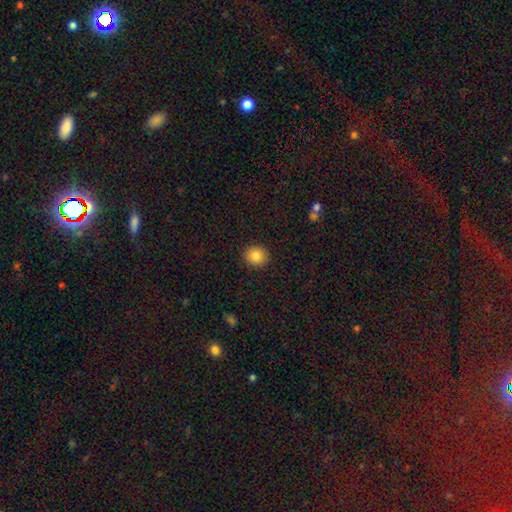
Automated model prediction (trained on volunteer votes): smooth-or-featured: smooth: 85% | star or artifact: 9% | featured or disk: 6%
  how-rounded: round: 76% | in between: 23% | cigar-shaped: 1%
  merging: none: 91% | minor disturbance: 6% | major disturbance: 2% | merger: 1%